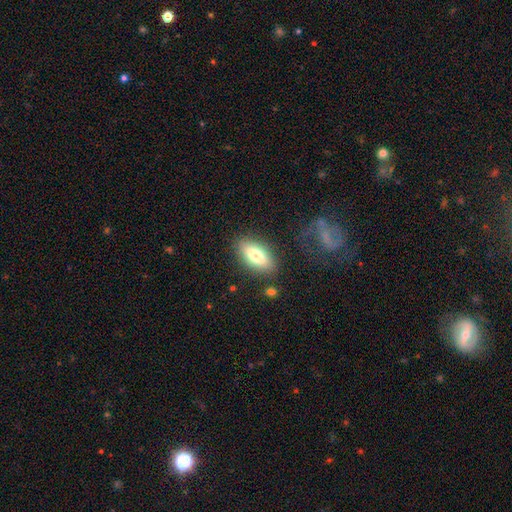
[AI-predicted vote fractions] smooth 76%, featured or disk 17%, star or artifact 7%. Down the decision tree: how rounded — in between (84%); merging — none (82%).